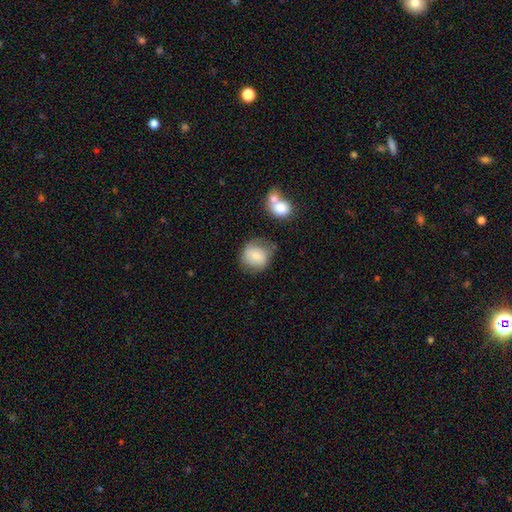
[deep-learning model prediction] smooth-or-featured: smooth: 71% | featured or disk: 21% | star or artifact: 8%
  how-rounded: round: 79% | in between: 20% | cigar-shaped: 1%
  merging: none: 60% | minor disturbance: 24% | major disturbance: 9% | merger: 7%